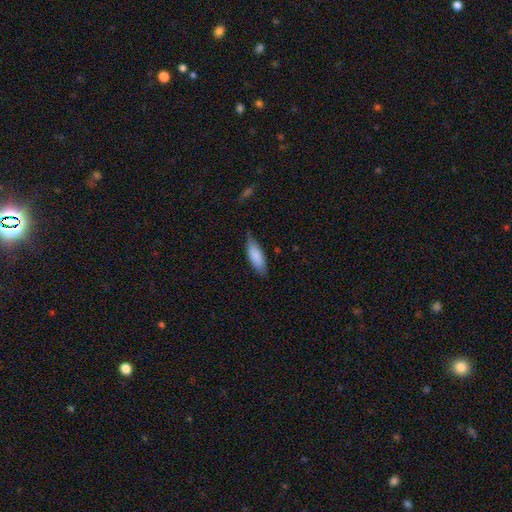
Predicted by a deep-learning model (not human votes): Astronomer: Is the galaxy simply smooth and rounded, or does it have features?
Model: smooth — 84%.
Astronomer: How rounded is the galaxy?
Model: in between — 62% (runner-up: cigar-shaped, 37%).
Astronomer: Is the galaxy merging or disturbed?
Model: none — 75%.